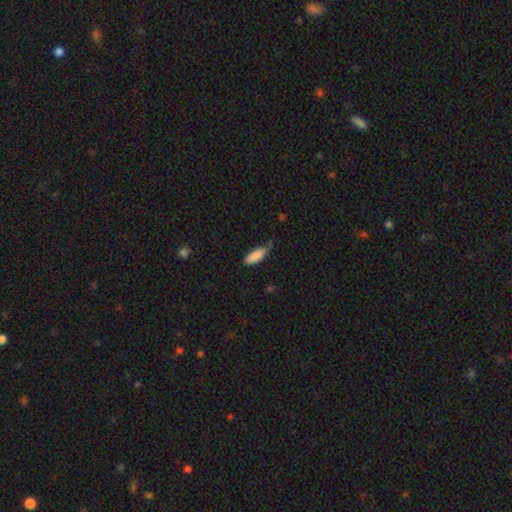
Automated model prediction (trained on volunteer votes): This appears to be a smooth galaxy with no disk features (87%) that is in between round and cigar-shaped (66%). Merging: none (59%).